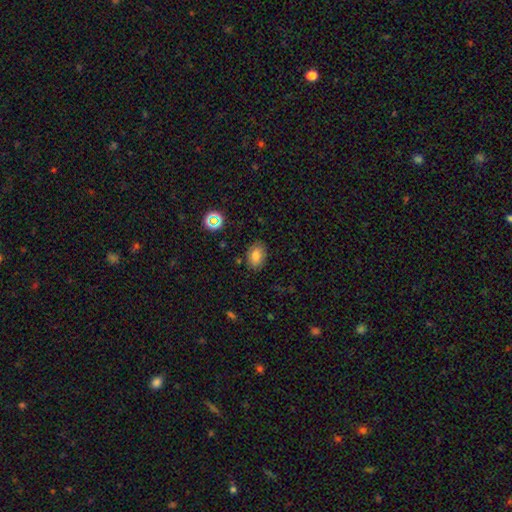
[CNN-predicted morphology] This is likely a smooth galaxy (76%). How rounded: clearly in between (82%). Merging: clearly none (82%).